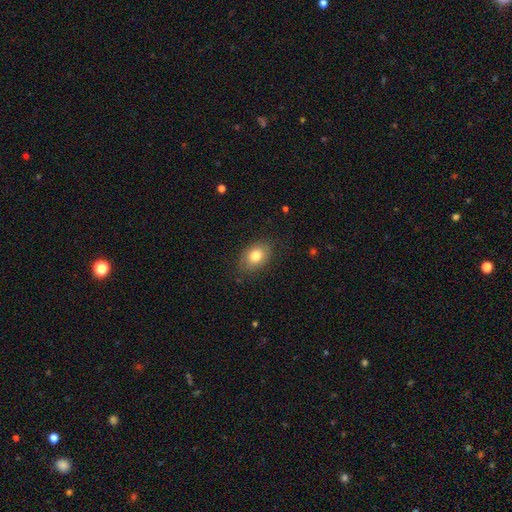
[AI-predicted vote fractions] Overall: smooth (80%). How rounded: in between (78%). Merging: none (82%).